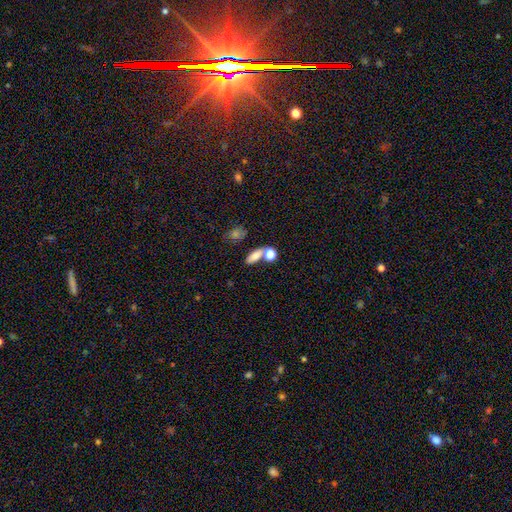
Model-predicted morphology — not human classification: smooth_or_featured: smooth (p=0.76) [alt: star or artifact p=0.13]
how_rounded: in between (p=0.64) [alt: round p=0.23]
merging: none (p=0.51) [alt: merger p=0.32]